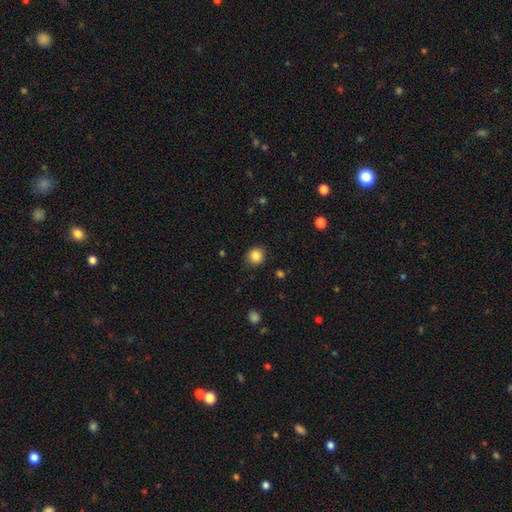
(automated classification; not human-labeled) smooth-or-featured: smooth: 86% | star or artifact: 10% | featured or disk: 4%
  how-rounded: round: 89% | in between: 10% | cigar-shaped: 1%
  merging: none: 88% | minor disturbance: 9% | major disturbance: 3% | merger: 1%